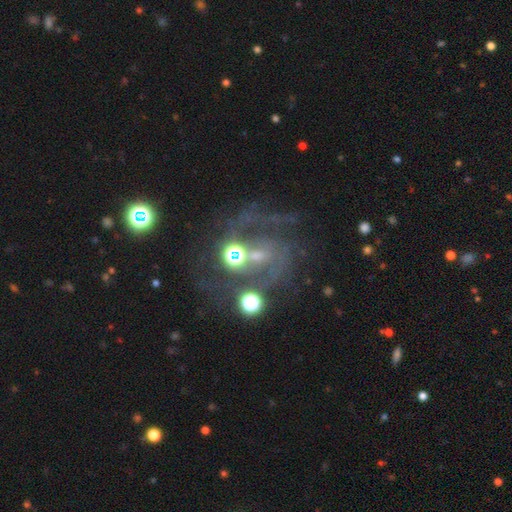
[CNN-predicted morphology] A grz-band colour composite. It shows a featured or disk galaxy (54%) with no bar (44%), spiral arms (74%) and a moderate central bulge (38%). Merging: none (43%).